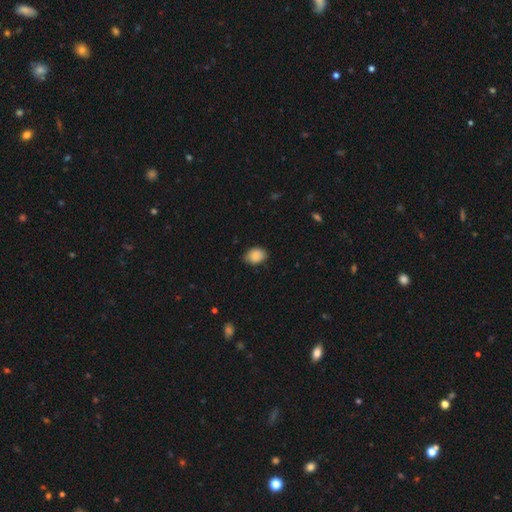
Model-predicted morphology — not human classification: smooth 86%, star or artifact 8%, featured or disk 7%. Down the decision tree: how rounded — in between (69%); merging — none (77%).